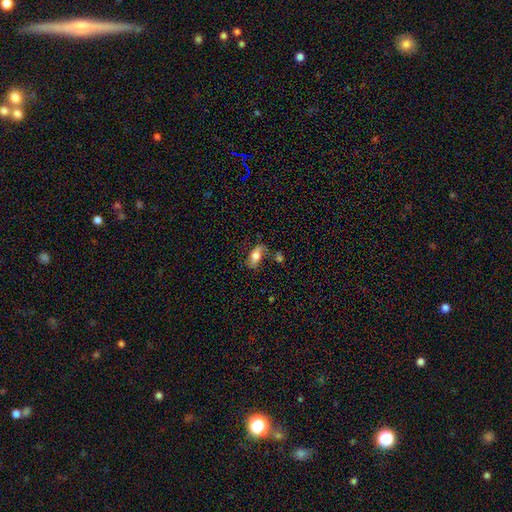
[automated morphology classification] Smooth or featured: smooth — 68% (featured or disk — 24%)
How rounded: in between — 84% (cigar-shaped — 12%)
Merging: none — 55% (minor disturbance — 22%)